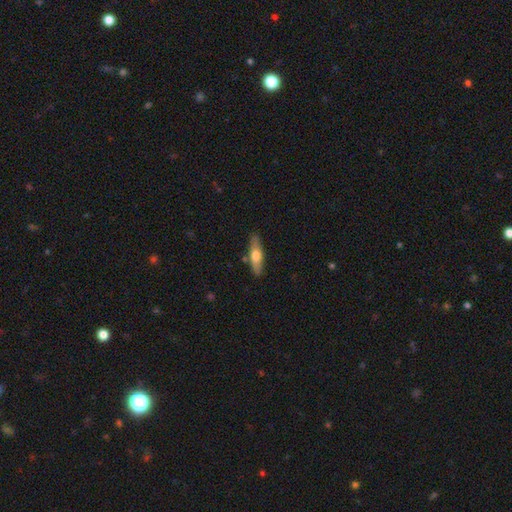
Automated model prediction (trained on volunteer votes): Q: Smooth or featured?
A: smooth (56%); runner-up: featured or disk (39%)
Q: How rounded?
A: cigar-shaped (60%); runner-up: in between (37%)
Q: Merging?
A: none (83%); runner-up: minor disturbance (12%)